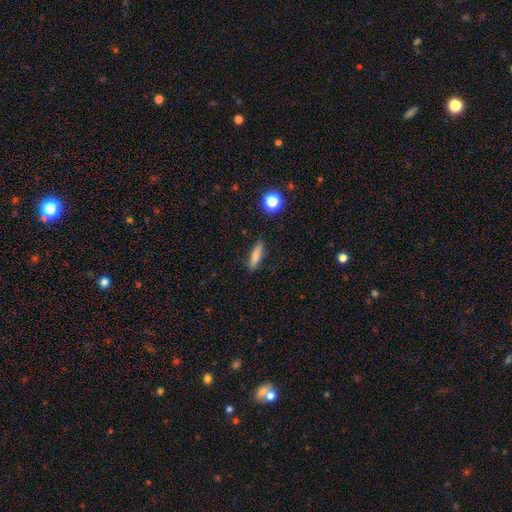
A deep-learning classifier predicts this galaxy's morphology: smooth 83%, star or artifact 9%, featured or disk 8%. Down the decision tree: how rounded — cigar-shaped (67%); merging — none (85%).